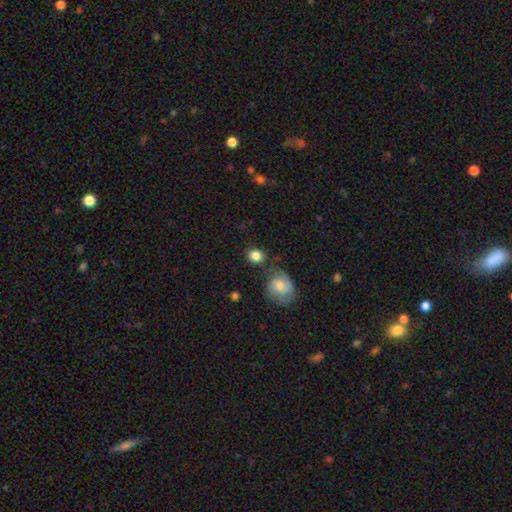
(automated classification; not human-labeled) Smooth or featured? Predicted: smooth (p=0.83). How rounded? Predicted: round (p=0.72). Merging? Predicted: none (p=0.66).